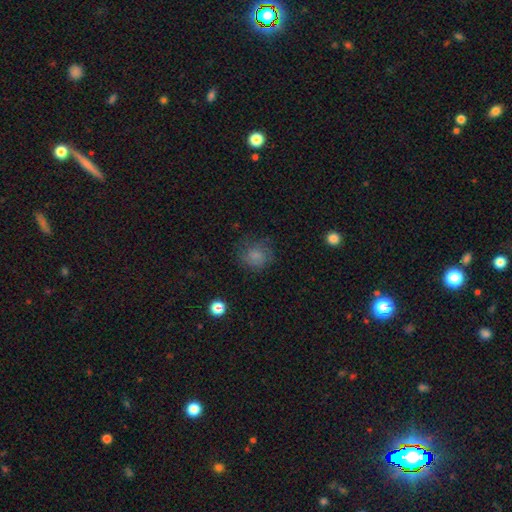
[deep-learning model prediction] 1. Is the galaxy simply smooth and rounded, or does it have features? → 65% smooth, 22% featured or disk, 13% star or artifact.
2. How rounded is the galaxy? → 79% round, 20% in between, 1% cigar-shaped.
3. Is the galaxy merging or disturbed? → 66% none, 20% minor disturbance, 12% major disturbance, 1% merger.